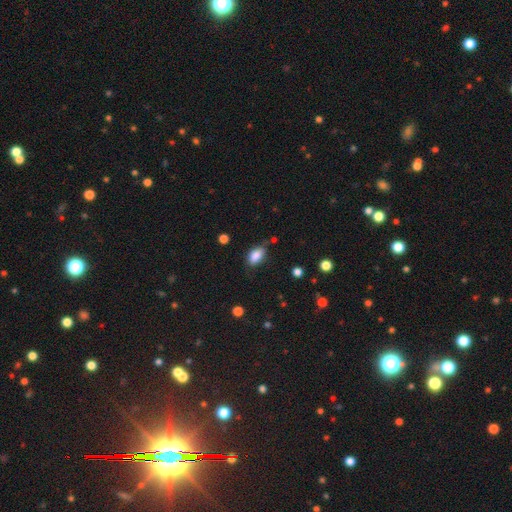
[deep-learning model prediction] The model was most divided on "merging": none: 66%, minor disturbance: 25%, major disturbance: 5%, merger: 3%. More confident: how rounded — in between (90%); smooth or featured — smooth (86%).